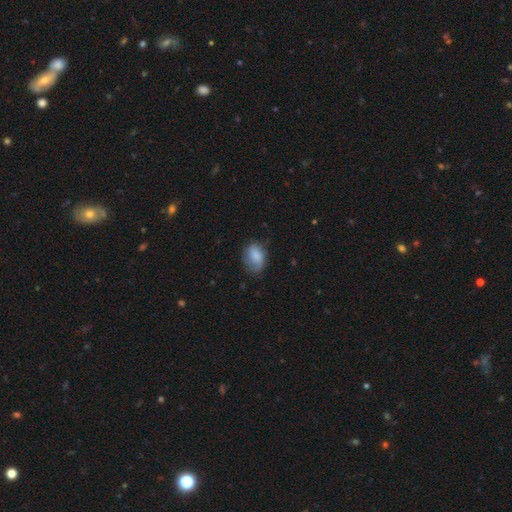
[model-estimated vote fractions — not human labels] A smooth galaxy with no disk features (77%) that is in between round and cigar-shaped (79%).

Vote fractions:
- Smooth or featured? smooth: 77% / featured or disk: 15% / star or artifact: 8%
- How rounded? in between: 79% / round: 20% / cigar-shaped: 1%
- Merging? none: 53% / minor disturbance: 33% / major disturbance: 13% / merger: 2%